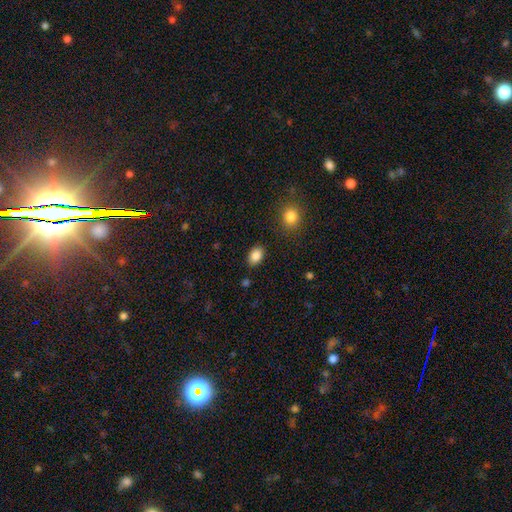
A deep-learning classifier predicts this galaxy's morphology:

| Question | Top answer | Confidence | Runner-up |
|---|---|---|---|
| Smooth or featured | smooth | 87% | star or artifact (8%) |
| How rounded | in between | 83% | round (16%) |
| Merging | none | 86% | minor disturbance (9%) |